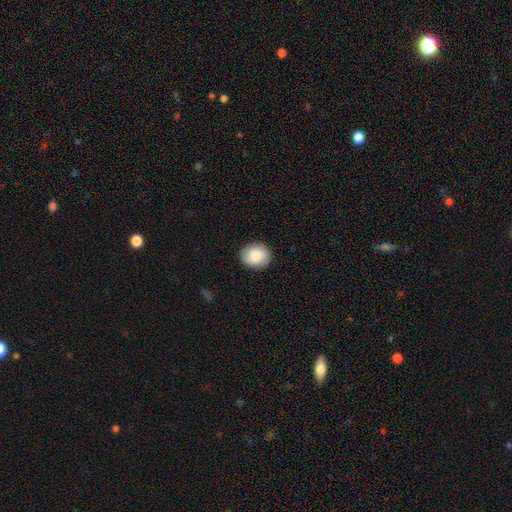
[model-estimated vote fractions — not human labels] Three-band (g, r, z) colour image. It shows a smooth galaxy with no disk features (81%) that is round (77%). Merging: none (88%).